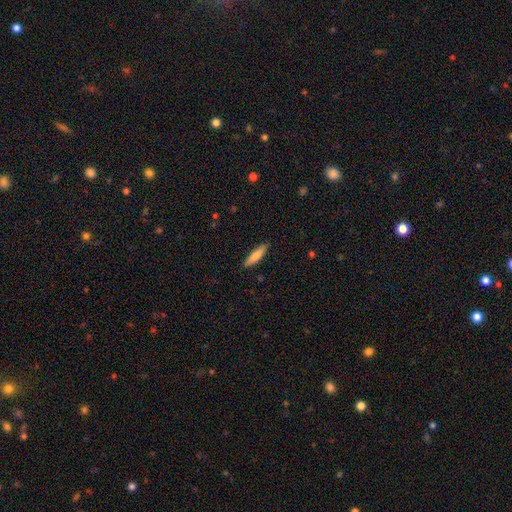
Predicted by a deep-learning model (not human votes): smooth 77%, featured or disk 17%, star or artifact 6%. Down the decision tree: how rounded — cigar-shaped (79%); merging — none (88%).